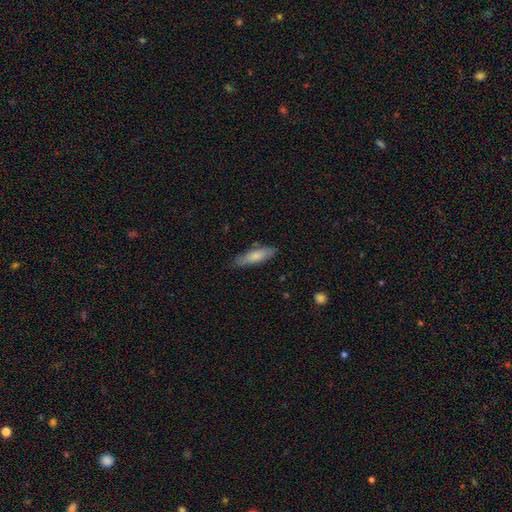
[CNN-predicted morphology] Smooth or featured?
  - smooth: 76% *
  - featured or disk: 18%
  - star or artifact: 6%
How rounded?
  - cigar-shaped: 57% *
  - in between: 41%
  - round: 2%
Merging?
  - none: 83% *
  - minor disturbance: 13%
  - major disturbance: 2%
  - merger: 2%